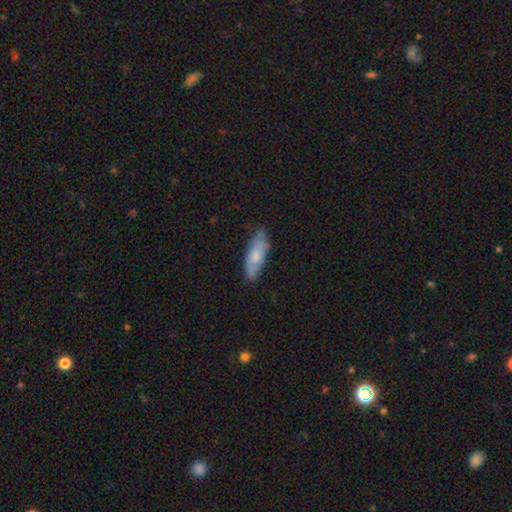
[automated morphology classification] A smooth galaxy with no disk features (67%) that is in between round and cigar-shaped (62%).

Vote fractions:
- Smooth or featured? smooth: 67% / featured or disk: 27% / star or artifact: 6%
- How rounded? in between: 62% / cigar-shaped: 36% / round: 2%
- Merging? none: 77% / minor disturbance: 19% / major disturbance: 3% / merger: 1%